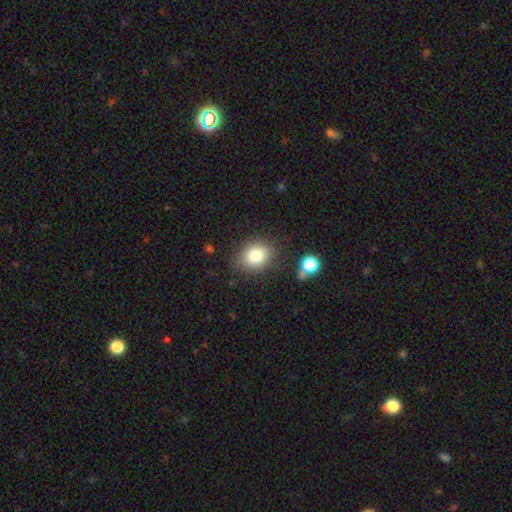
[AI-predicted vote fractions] Overall: smooth (81%). How rounded: round (53%; in between 46%). Merging: none (81%).